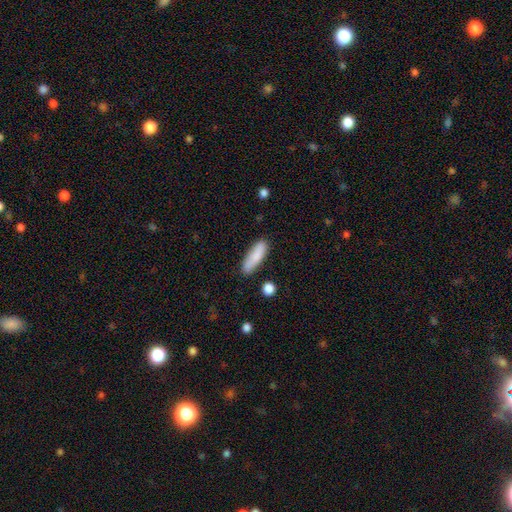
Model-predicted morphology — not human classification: This appears to be a smooth galaxy with no disk features (84%) that is cigar-shaped (58%). Merging: none (80%).